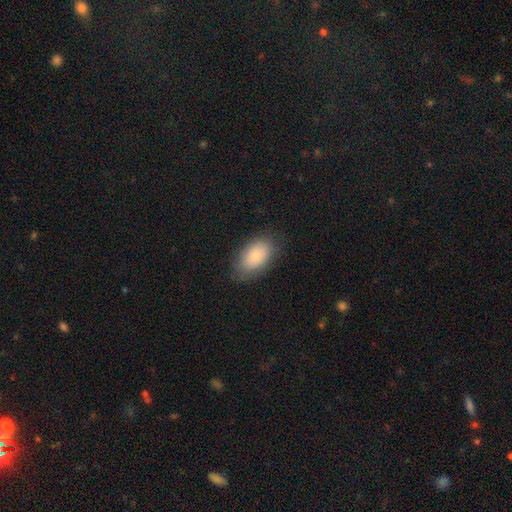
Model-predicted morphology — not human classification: A smooth galaxy with no disk features (80%) that is in between round and cigar-shaped (92%). Merging: none (79%).